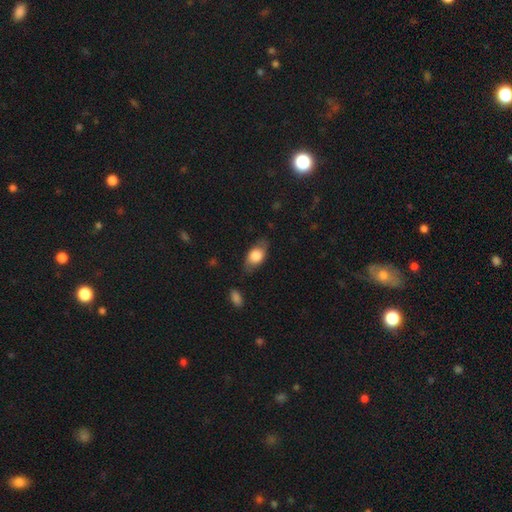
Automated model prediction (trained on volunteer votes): Morphology: type=smooth (75%); roundness=in between (85%); merging=none (74%).